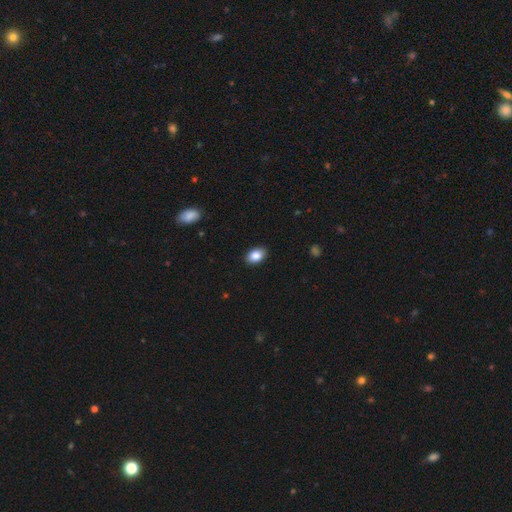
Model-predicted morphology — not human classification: Smooth or featured? Predicted: smooth (p=0.87). How rounded? Predicted: in between (p=0.85). Merging? Predicted: none (p=0.88).